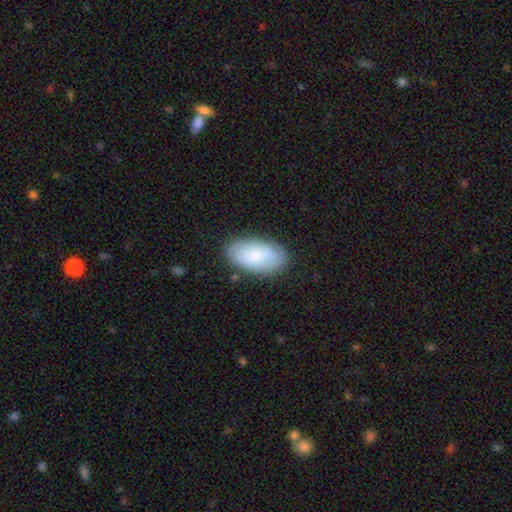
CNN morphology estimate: Smooth or featured?
  - smooth: 79% *
  - featured or disk: 15%
  - star or artifact: 6%
How rounded?
  - in between: 95% *
  - round: 3%
  - cigar-shaped: 2%
Merging?
  - none: 81% *
  - minor disturbance: 14%
  - major disturbance: 3%
  - merger: 2%